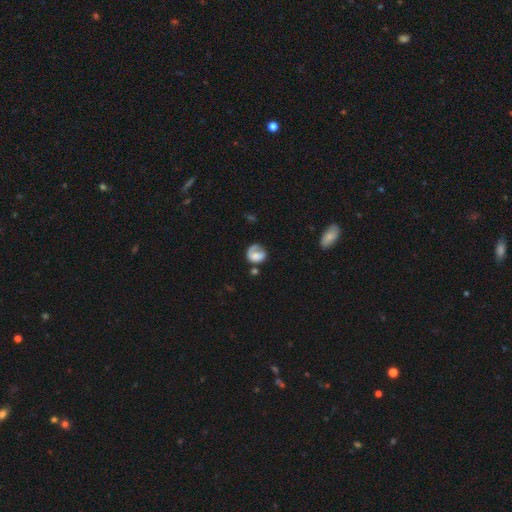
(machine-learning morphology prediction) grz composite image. It shows a smooth galaxy with no disk features (49%). Merging: none (42%).